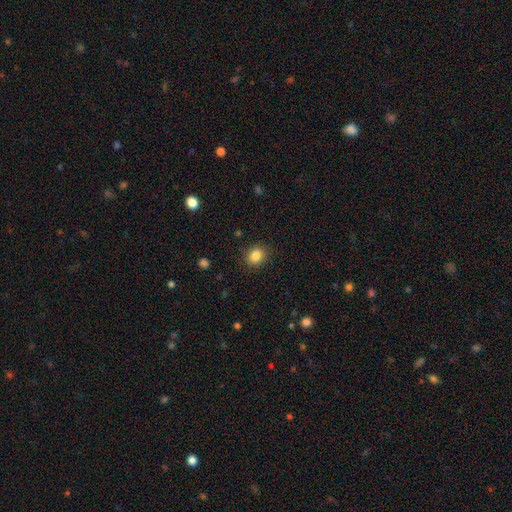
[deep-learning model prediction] This is clearly a smooth galaxy (85%). How rounded: likely round (73%). Merging: clearly none (87%).